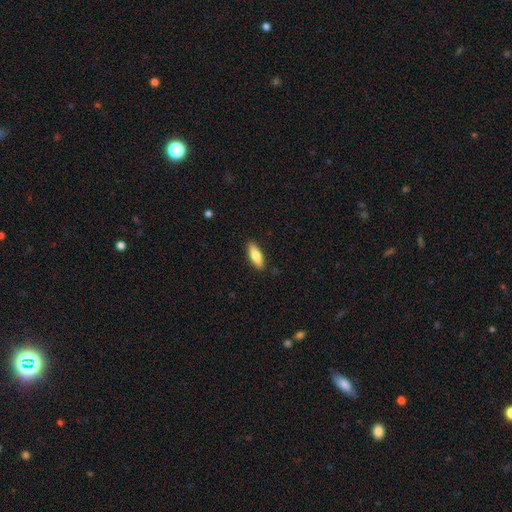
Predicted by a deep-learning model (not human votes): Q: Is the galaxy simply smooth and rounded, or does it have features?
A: smooth — 73%.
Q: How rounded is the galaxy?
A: in between — 60%.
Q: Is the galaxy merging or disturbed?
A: none — 89%.